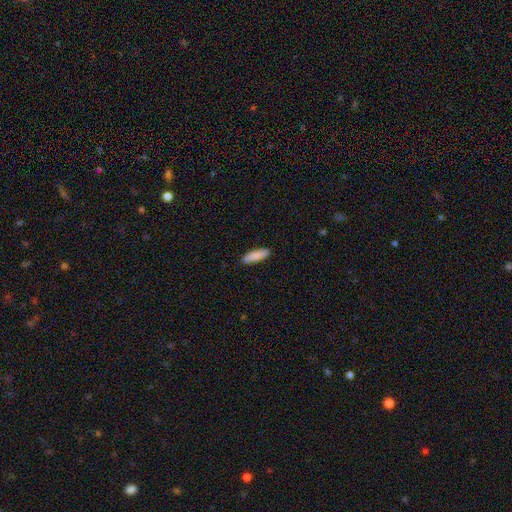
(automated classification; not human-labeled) Smooth or featured: smooth — 85% (featured or disk — 10%)
How rounded: cigar-shaped — 50% (in between — 48%)
Merging: none — 88% (minor disturbance — 9%)